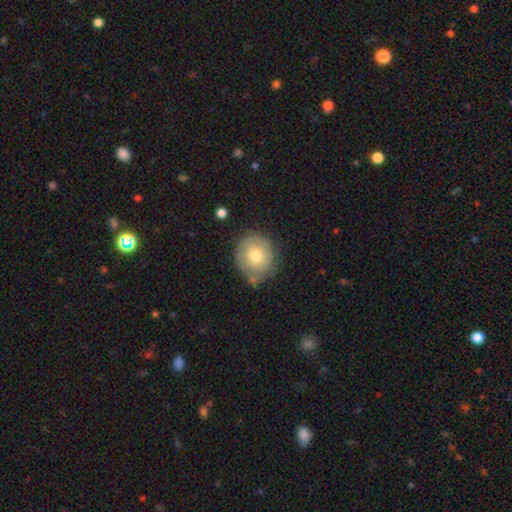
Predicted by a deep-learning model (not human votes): smooth 69%, featured or disk 23%, star or artifact 8%. Down the decision tree: how rounded — round (84%); merging — none (69%).